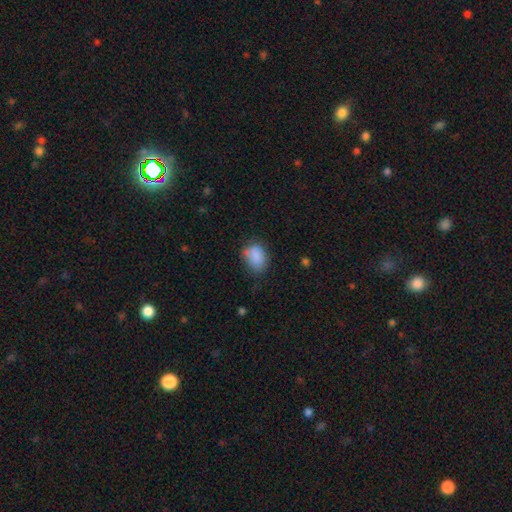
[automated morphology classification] A smooth galaxy with no disk features (84%) that is in between round and cigar-shaped (75%). Merging: none (60%).